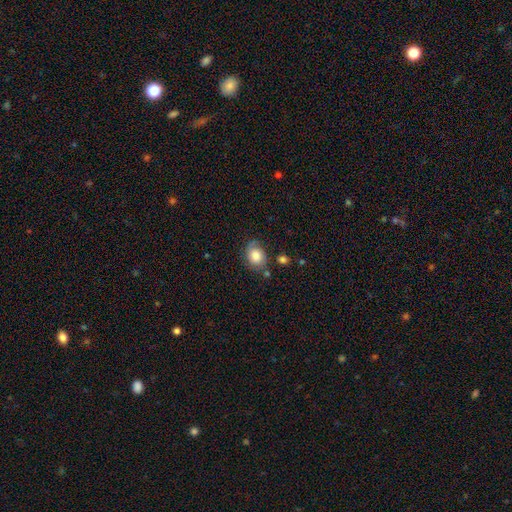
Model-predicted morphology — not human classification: smooth_or_featured: smooth (p=0.72) [alt: featured or disk p=0.19]
how_rounded: round (p=0.51) [alt: in between p=0.48]
merging: none (p=0.60) [alt: minor disturbance p=0.26]